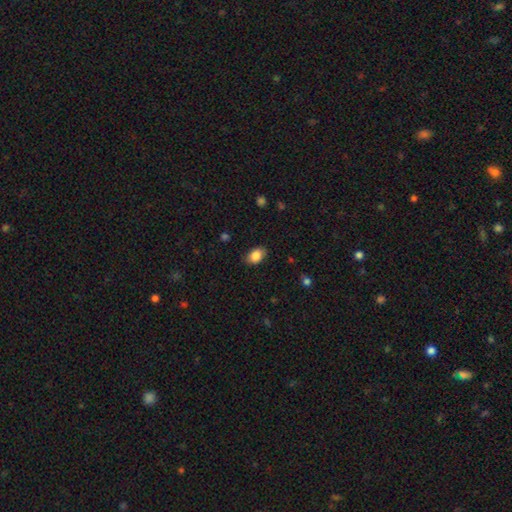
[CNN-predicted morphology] The model was most divided on "how rounded": in between: 83%, round: 15%, cigar-shaped: 1%. More confident: smooth or featured — smooth (86%); merging — none (84%).